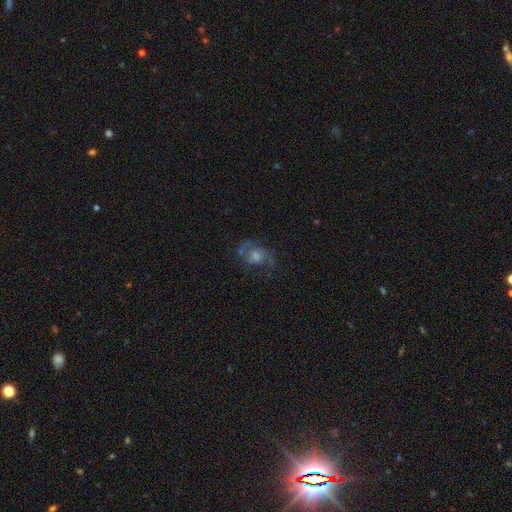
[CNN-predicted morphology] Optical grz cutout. It shows a featured or disk galaxy (66%) with no bar (69%), 2 (77%) medium (48%) spiral arms (86%) and a moderate central bulge (44%). Merging: none (61%).